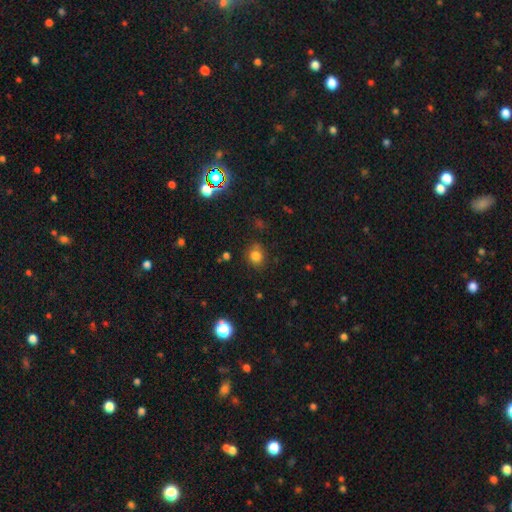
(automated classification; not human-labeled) smooth-or-featured: smooth: 79% | star or artifact: 15% | featured or disk: 6%
  how-rounded: round: 72% | in between: 27% | cigar-shaped: 1%
  merging: none: 78% | minor disturbance: 16% | major disturbance: 4% | merger: 2%